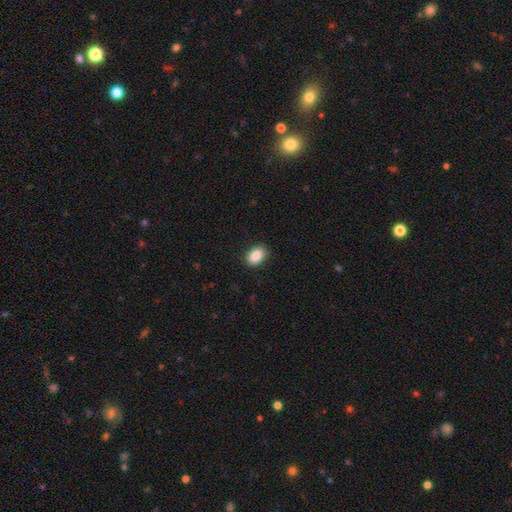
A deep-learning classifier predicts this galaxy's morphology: smooth 89%, star or artifact 8%, featured or disk 4%. Down the decision tree: how rounded — in between (82%); merging — none (87%).